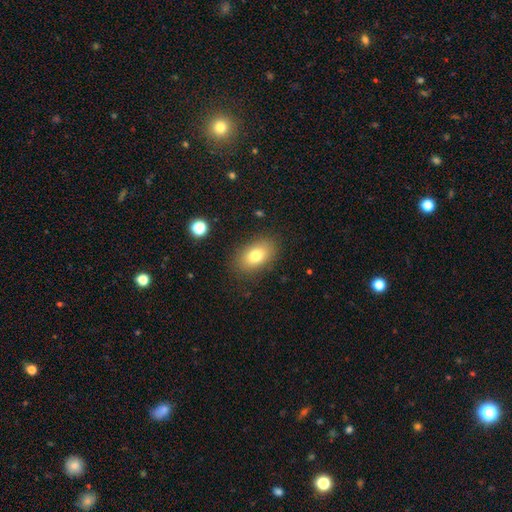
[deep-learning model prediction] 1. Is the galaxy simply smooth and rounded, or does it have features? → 77% smooth, 13% featured or disk, 10% star or artifact.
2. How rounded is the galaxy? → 87% in between, 12% round, 2% cigar-shaped.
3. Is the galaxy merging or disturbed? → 85% none, 10% minor disturbance, 3% major disturbance, 1% merger.